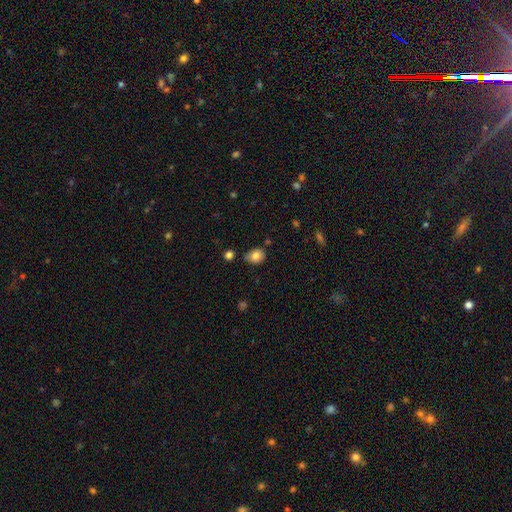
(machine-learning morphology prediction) This is clearly a smooth galaxy (80%). How rounded: likely in between (60%). Merging: likely none (65%).